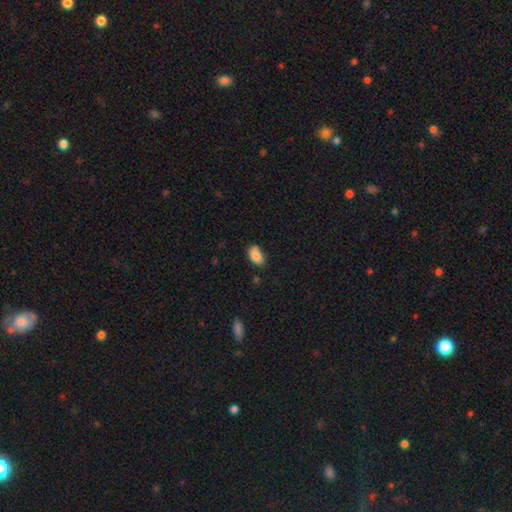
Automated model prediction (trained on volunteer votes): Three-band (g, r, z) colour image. It shows a smooth galaxy with no disk features (84%) that is in between round and cigar-shaped (91%). Merging: none (64%).